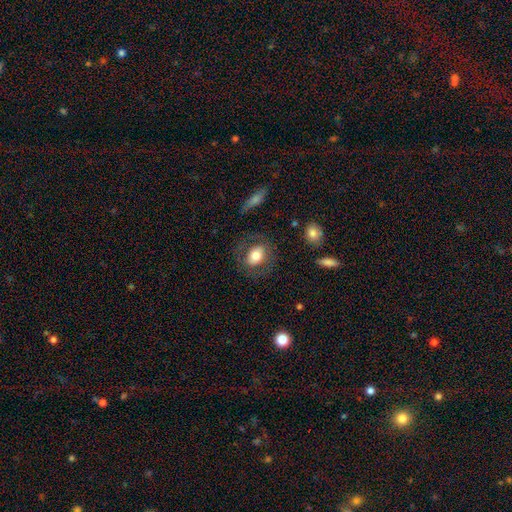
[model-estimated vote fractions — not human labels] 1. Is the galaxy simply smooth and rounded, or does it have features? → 68% smooth, 24% featured or disk, 8% star or artifact.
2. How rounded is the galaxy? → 58% in between, 41% round, 2% cigar-shaped.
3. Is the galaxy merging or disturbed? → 74% none, 14% minor disturbance, 10% major disturbance, 2% merger.